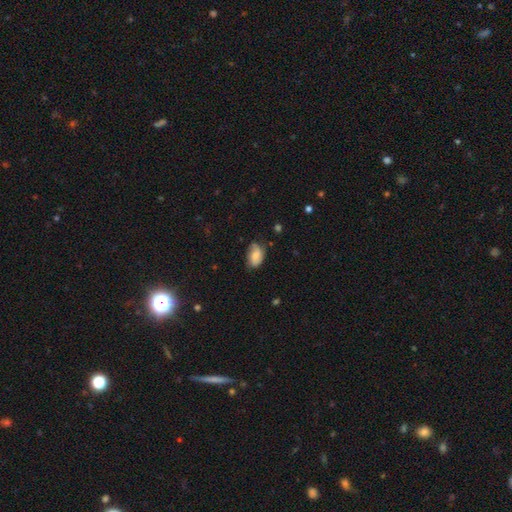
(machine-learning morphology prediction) Smooth or featured?
  - smooth: 64% *
  - featured or disk: 28%
  - star or artifact: 8%
How rounded?
  - in between: 88% *
  - round: 10%
  - cigar-shaped: 2%
Merging?
  - none: 59% *
  - minor disturbance: 31%
  - major disturbance: 8%
  - merger: 2%